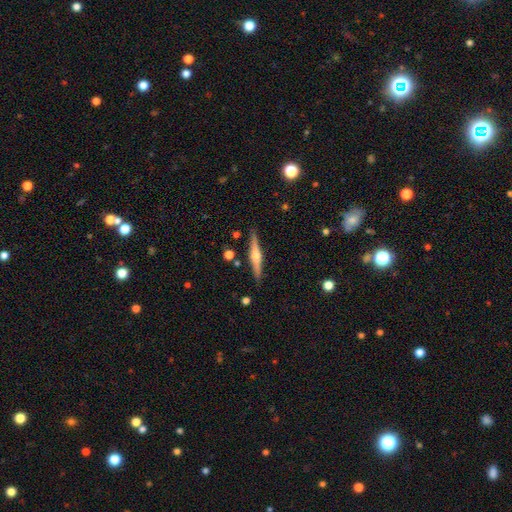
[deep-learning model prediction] featured or disk 70%, smooth 25%, star or artifact 6%. Down the decision tree: edge-on disk — yes (98%); edge-on bulge — rounded (88%); merging — none (89%).